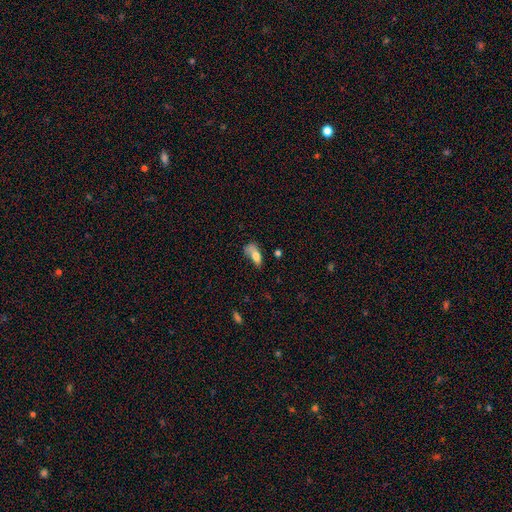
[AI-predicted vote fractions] Smooth or featured? smooth (71%)
How rounded? in between (78%)
Merging? major disturbance (32%)